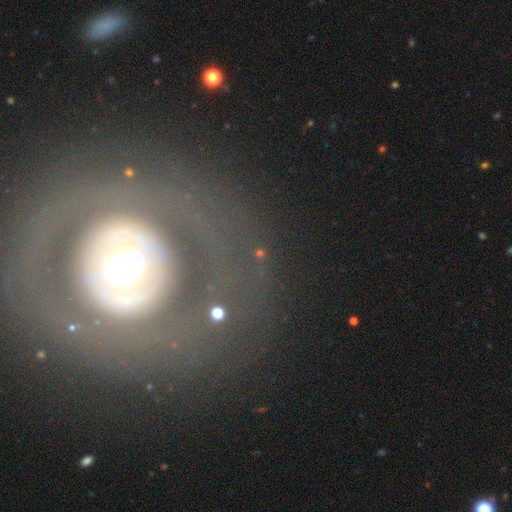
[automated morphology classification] This is likely a featured or disk galaxy (67%). It is clearly not viewed edge-on (93%). Bar: likely no (75%). Spiral arm pattern: likely no (71%). Central bulge: possibly moderate (51%). Merging: likely none (78%).